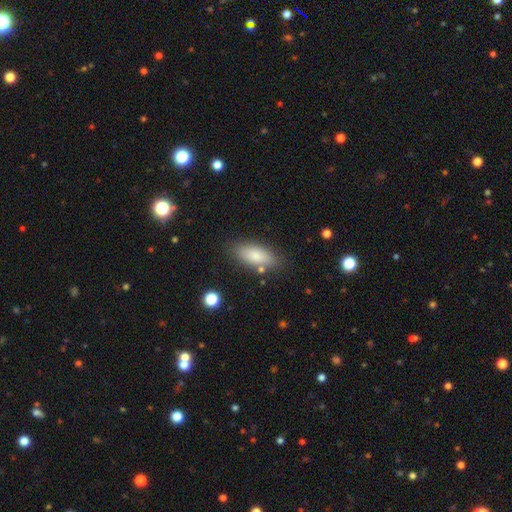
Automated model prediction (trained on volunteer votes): Smooth or featured?
  - smooth: 83% *
  - featured or disk: 10%
  - star or artifact: 7%
How rounded?
  - in between: 78% *
  - cigar-shaped: 19%
  - round: 3%
Merging?
  - none: 80% *
  - minor disturbance: 13%
  - merger: 4%
  - major disturbance: 4%